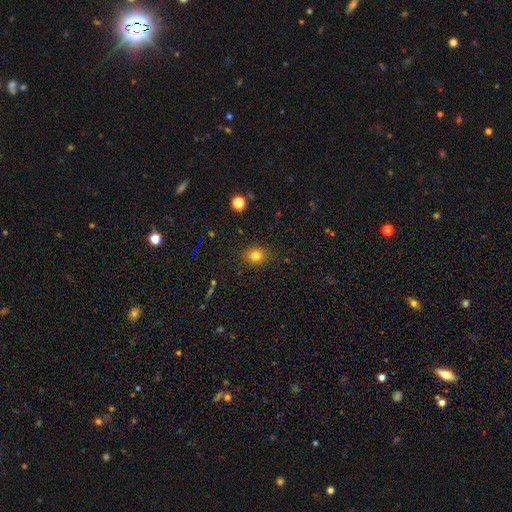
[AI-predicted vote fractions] Overall: smooth (81%). How rounded: round (63%; in between 36%). Merging: none (87%).